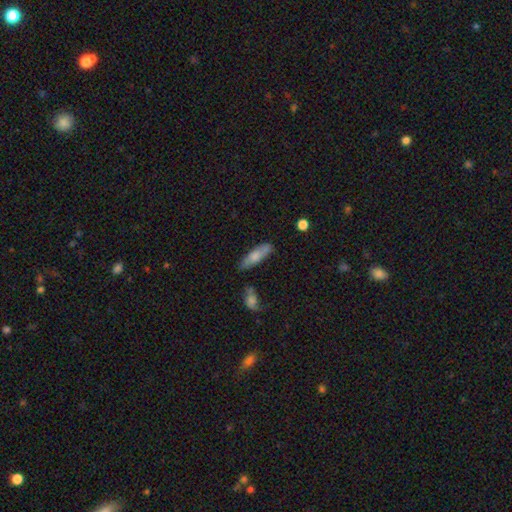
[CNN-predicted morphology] smooth_or_featured: smooth (p=0.69) [alt: featured or disk p=0.25]
how_rounded: in between (p=0.50) [alt: cigar-shaped p=0.48]
merging: none (p=0.73) [alt: minor disturbance p=0.18]